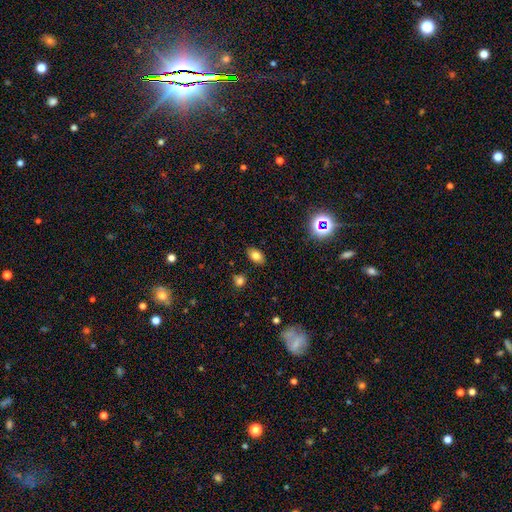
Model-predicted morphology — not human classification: type=smooth (78%); roundness=in between (85%); merging=none (86%).